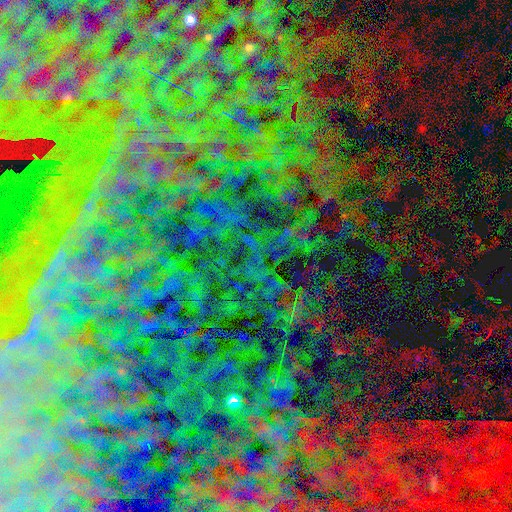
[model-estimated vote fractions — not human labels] A star or artifact, not a galaxy (82%).

Vote fractions:
- Smooth or featured? star or artifact: 82% / smooth: 9% / featured or disk: 8%